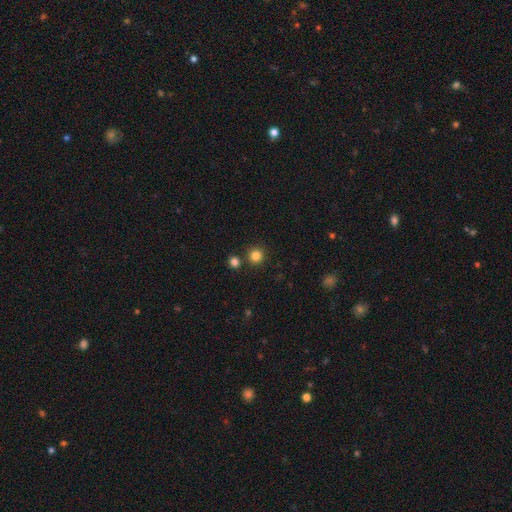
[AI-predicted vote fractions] Smooth or featured?
  - smooth: 83% *
  - star or artifact: 13%
  - featured or disk: 4%
How rounded?
  - round: 94% *
  - in between: 5%
  - cigar-shaped: 1%
Merging?
  - none: 84% *
  - merger: 8%
  - minor disturbance: 6%
  - major disturbance: 2%